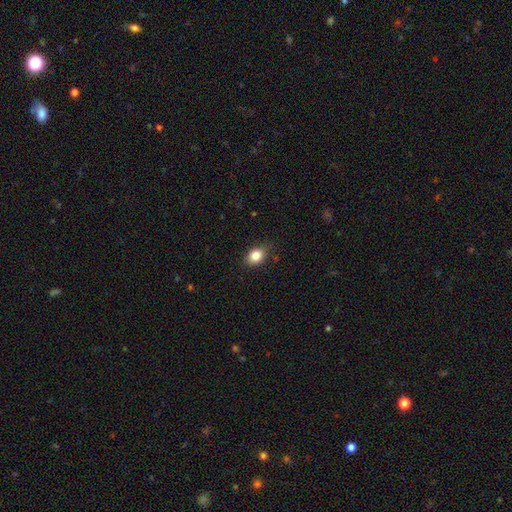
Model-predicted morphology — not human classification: Overall: smooth (84%). How rounded: in between (66%; round 33%). Merging: none (81%).